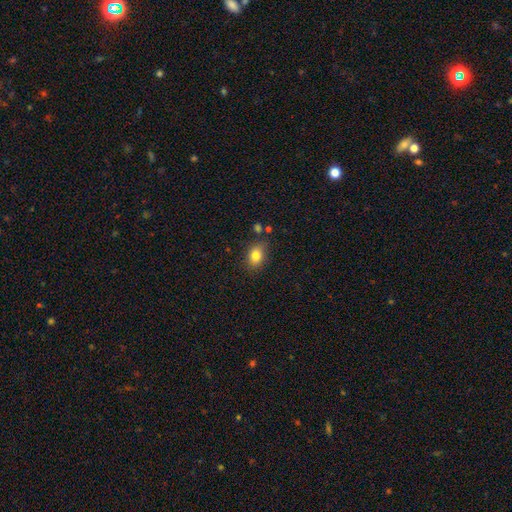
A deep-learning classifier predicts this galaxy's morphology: type=smooth (81%); roundness=in between (71%); merging=none (75%).